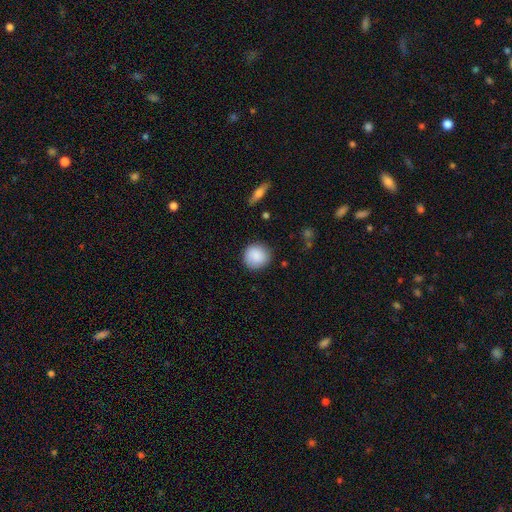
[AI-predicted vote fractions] Smooth or featured? Predicted: smooth (p=0.87). How rounded? Predicted: round (p=0.93). Merging? Predicted: none (p=0.87).